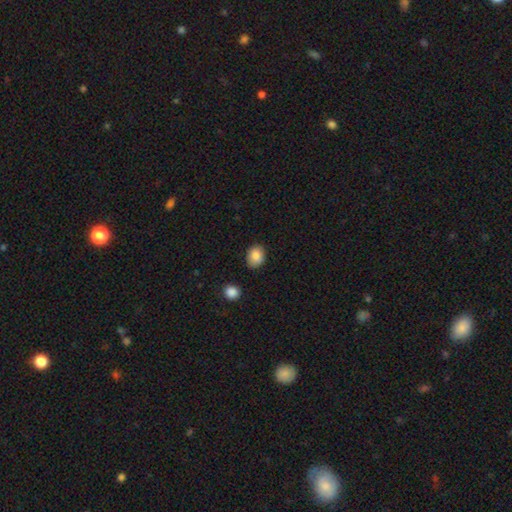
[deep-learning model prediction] Smooth or featured?
  - smooth: 86% *
  - star or artifact: 8%
  - featured or disk: 5%
How rounded?
  - in between: 51% *
  - round: 48%
  - cigar-shaped: 1%
Merging?
  - none: 81% *
  - minor disturbance: 14%
  - major disturbance: 3%
  - merger: 2%